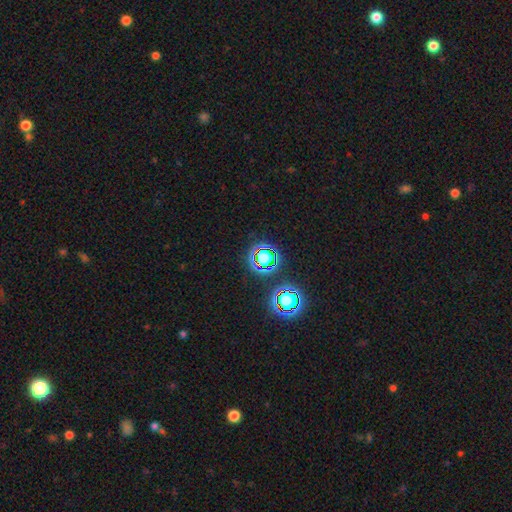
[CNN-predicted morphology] Smooth or featured? star or artifact (63%)